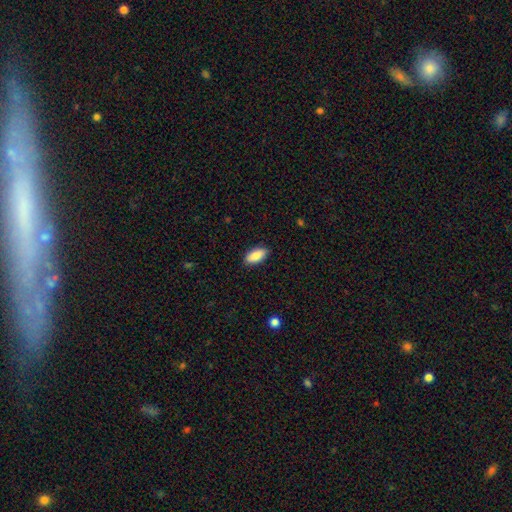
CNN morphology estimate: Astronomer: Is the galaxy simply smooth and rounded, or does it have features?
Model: smooth — 86%.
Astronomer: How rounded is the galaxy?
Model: in between — 90%.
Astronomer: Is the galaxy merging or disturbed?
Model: none — 88%.